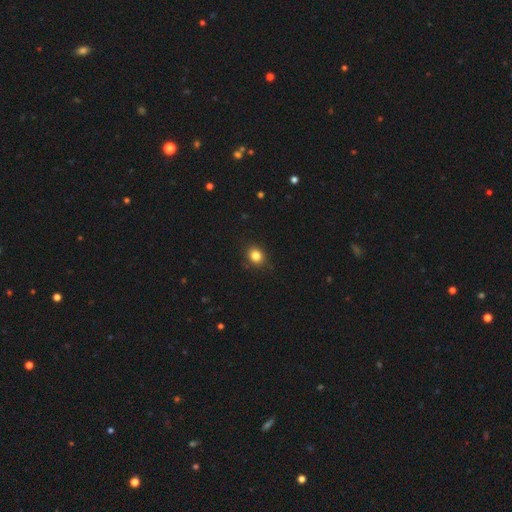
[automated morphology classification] Overall: smooth (84%). How rounded: round (61%; in between 38%). Merging: none (85%).